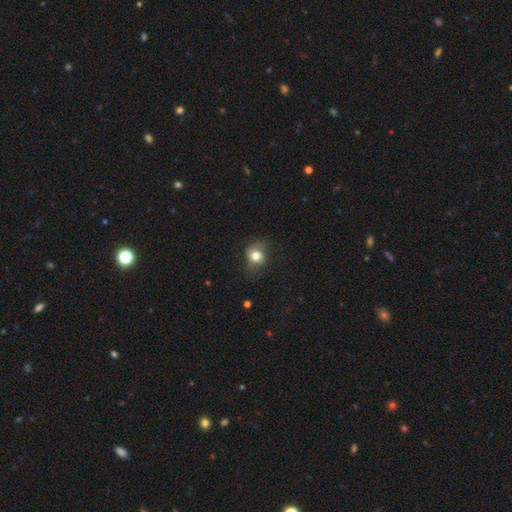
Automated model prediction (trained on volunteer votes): Overall: smooth (74%). How rounded: round (62%; in between 37%). Merging: none (52%; minor disturbance 29%).